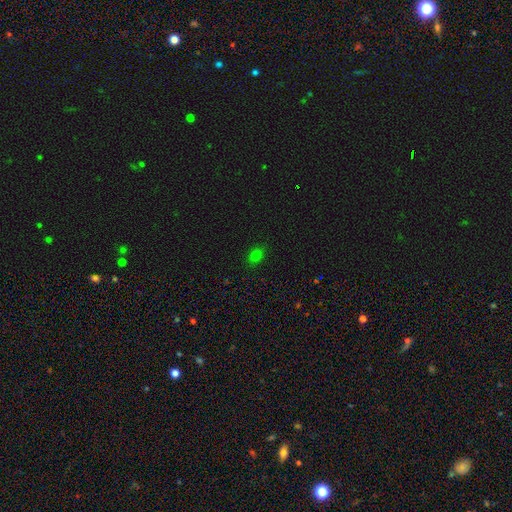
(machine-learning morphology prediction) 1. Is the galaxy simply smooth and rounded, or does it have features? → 74% smooth, 21% star or artifact, 5% featured or disk.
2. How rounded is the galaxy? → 50% round, 48% in between, 1% cigar-shaped.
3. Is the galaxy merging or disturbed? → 87% none, 10% minor disturbance, 2% major disturbance, 1% merger.